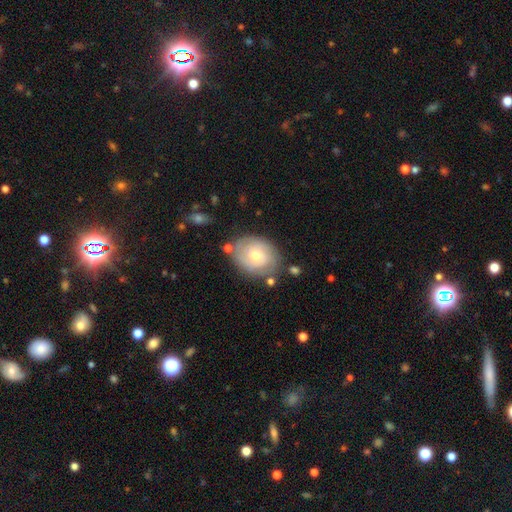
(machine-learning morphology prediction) A featured or disk galaxy (59%) with no bar (73%), spiral arms (81%) and a moderate central bulge (58%).

Vote fractions:
- Smooth or featured? featured or disk: 59% / smooth: 34% / star or artifact: 7%
- Edge-on disk? no: 96% / yes: 4%
- Bar? no: 73% / weak: 23% / strong: 3%
- Spiral arms? yes: 81% / no: 19%
- Bulge size? moderate: 58% / small: 37% / large: 3% / none: 1% / dominant: 1%
- Merging? none: 72% / minor disturbance: 17% / major disturbance: 5% / merger: 5%